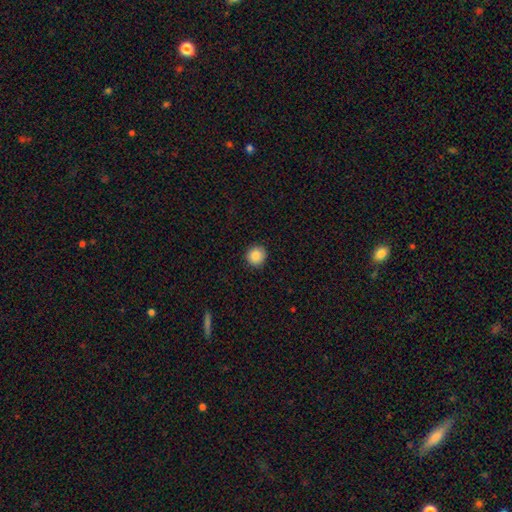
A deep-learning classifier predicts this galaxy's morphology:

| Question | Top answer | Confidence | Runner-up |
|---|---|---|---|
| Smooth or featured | smooth | 88% | star or artifact (9%) |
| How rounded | round | 92% | in between (7%) |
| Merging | none | 90% | minor disturbance (7%) |